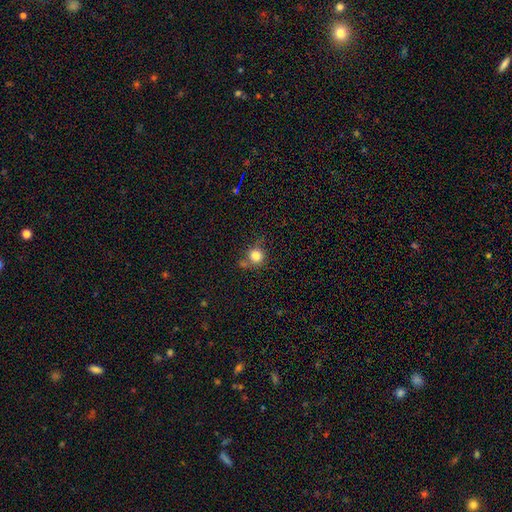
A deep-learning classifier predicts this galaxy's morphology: smooth-or-featured: smooth: 80% | star or artifact: 12% | featured or disk: 7%
  how-rounded: round: 90% | in between: 9% | cigar-shaped: 1%
  merging: none: 63% | minor disturbance: 16% | merger: 15% | major disturbance: 6%